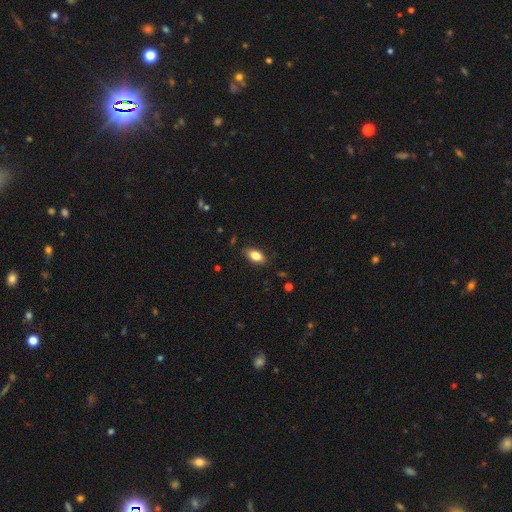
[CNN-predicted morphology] smooth_or_featured: smooth (p=0.84) [alt: featured or disk p=0.09]
how_rounded: in between (p=0.90) [alt: round p=0.06]
merging: none (p=0.84) [alt: minor disturbance p=0.13]